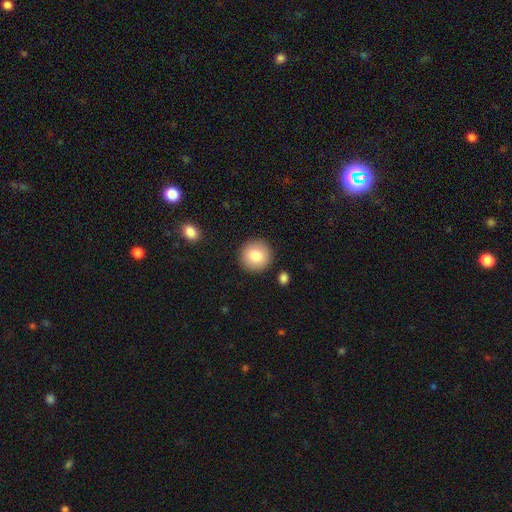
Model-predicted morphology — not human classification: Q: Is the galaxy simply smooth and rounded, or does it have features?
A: smooth — 83%.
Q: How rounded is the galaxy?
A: round — 93%.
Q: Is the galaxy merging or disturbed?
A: none — 90%.